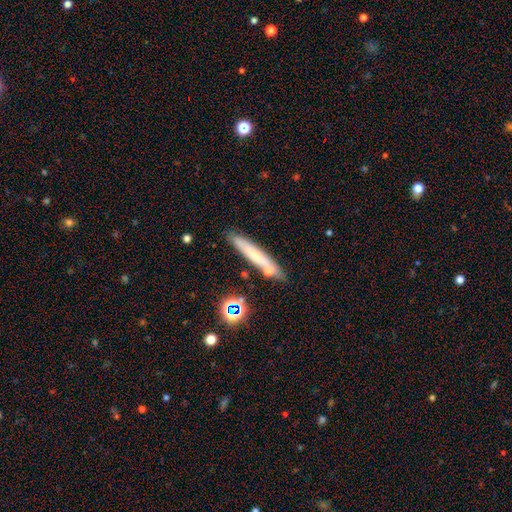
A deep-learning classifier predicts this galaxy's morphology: The model was most divided on "smooth or featured": smooth: 53%, featured or disk: 35%, star or artifact: 13%. More confident: how rounded — cigar-shaped (91%); merging — none (76%).